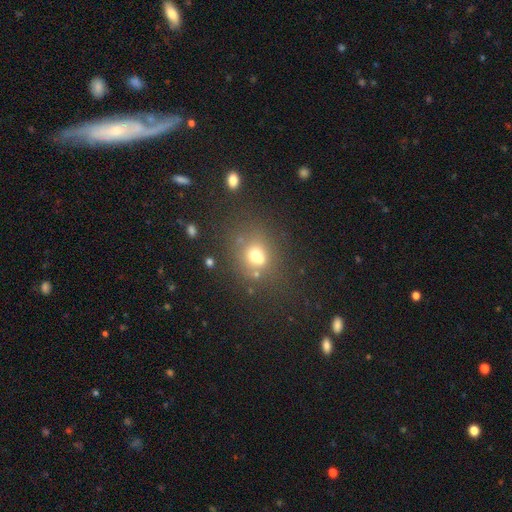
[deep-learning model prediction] The model was most divided on "merging": none: 52%, merger: 27%, minor disturbance: 13%, major disturbance: 8%. More confident: how rounded — round (69%); smooth or featured — smooth (64%).